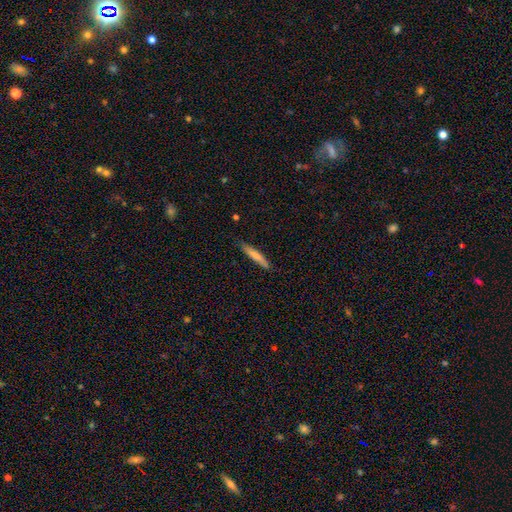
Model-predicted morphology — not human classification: A smooth galaxy with no disk features (73%) that is cigar-shaped (93%). Merging: none (85%).